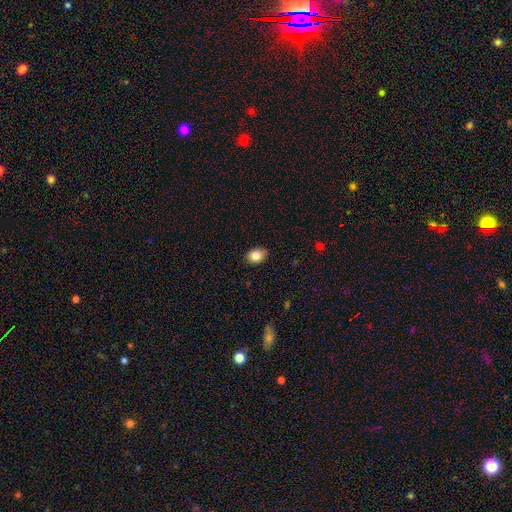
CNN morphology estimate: A smooth galaxy with no disk features (83%) that is in between round and cigar-shaped (74%). Merging: none (87%).